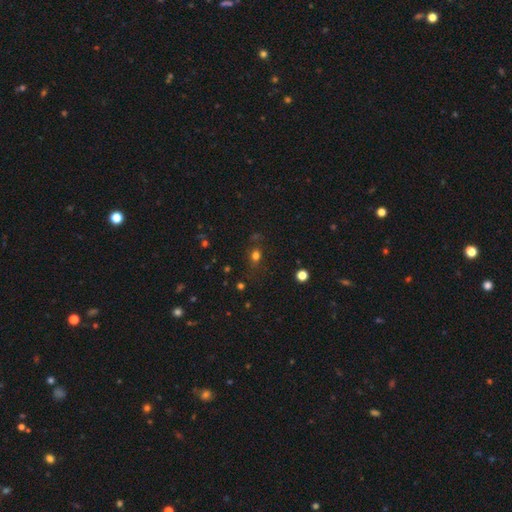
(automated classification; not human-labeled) This appears to be a smooth galaxy with no disk features (71%) that is round (58%). Merging: none (73%).